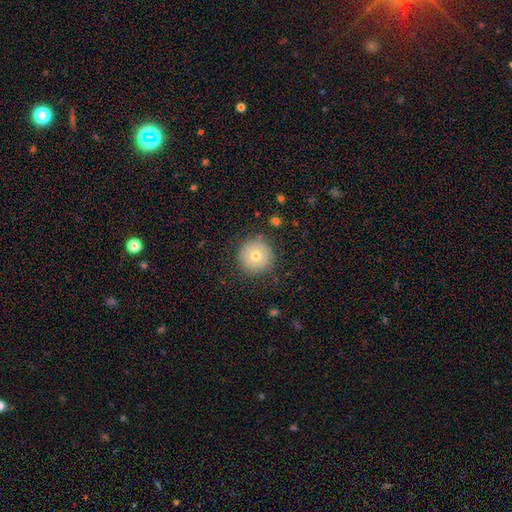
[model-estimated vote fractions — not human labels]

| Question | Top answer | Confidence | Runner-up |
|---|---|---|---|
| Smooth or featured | smooth | 73% | featured or disk (16%) |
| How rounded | round | 96% | in between (3%) |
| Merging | none | 88% | minor disturbance (8%) |